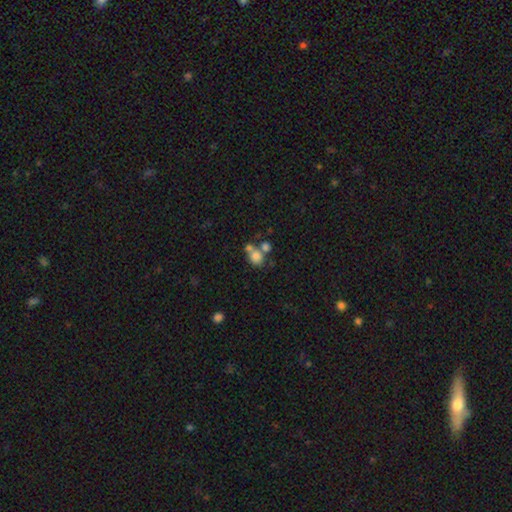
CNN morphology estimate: The model was most divided on "merging": merger: 45%, none: 39%, minor disturbance: 10%, major disturbance: 6%. More confident: smooth or featured — smooth (76%); how rounded — round (70%).